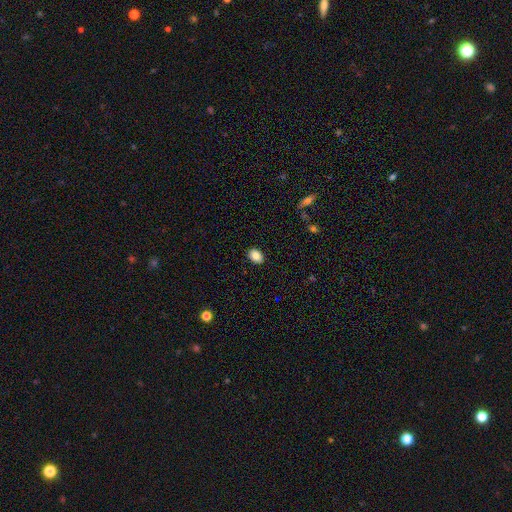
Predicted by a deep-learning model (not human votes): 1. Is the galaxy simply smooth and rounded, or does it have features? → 84% smooth, 8% star or artifact, 8% featured or disk.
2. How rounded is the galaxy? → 80% in between, 19% round, 1% cigar-shaped.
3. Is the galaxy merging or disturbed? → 89% none, 8% minor disturbance, 2% major disturbance, 1% merger.